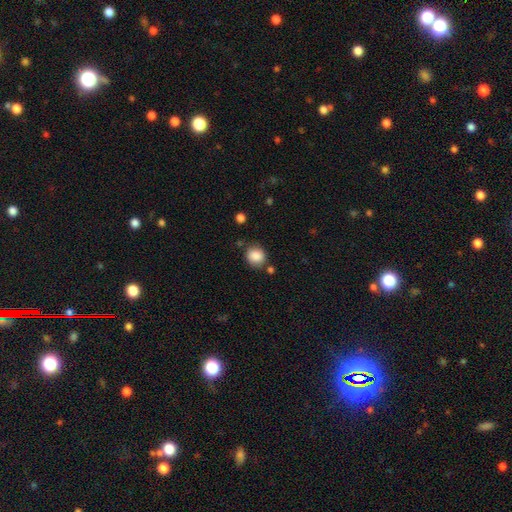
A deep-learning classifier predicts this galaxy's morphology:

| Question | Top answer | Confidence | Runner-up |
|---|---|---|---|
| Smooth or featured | smooth | 86% | star or artifact (8%) |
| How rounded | round | 76% | in between (23%) |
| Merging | none | 75% | minor disturbance (14%) |